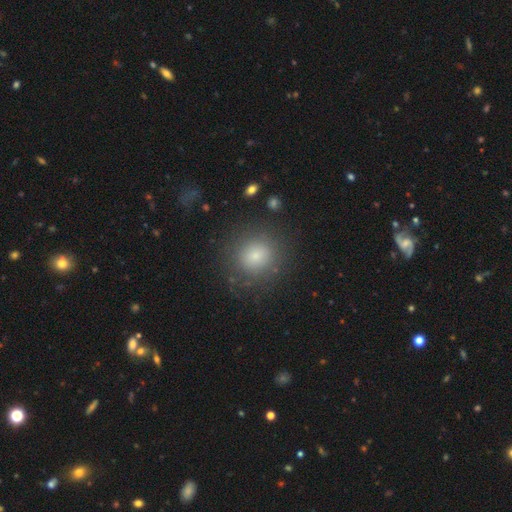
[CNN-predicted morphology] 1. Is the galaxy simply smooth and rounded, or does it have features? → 79% smooth, 11% star or artifact, 10% featured or disk.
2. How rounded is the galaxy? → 87% round, 12% in between, 1% cigar-shaped.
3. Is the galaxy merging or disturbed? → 82% none, 10% minor disturbance, 6% major disturbance, 2% merger.